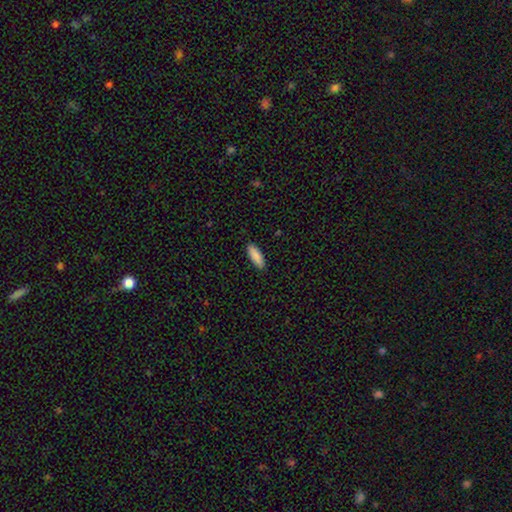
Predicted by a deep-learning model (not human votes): Morphology: type=smooth (89%); roundness=in between (59%); merging=none (90%).